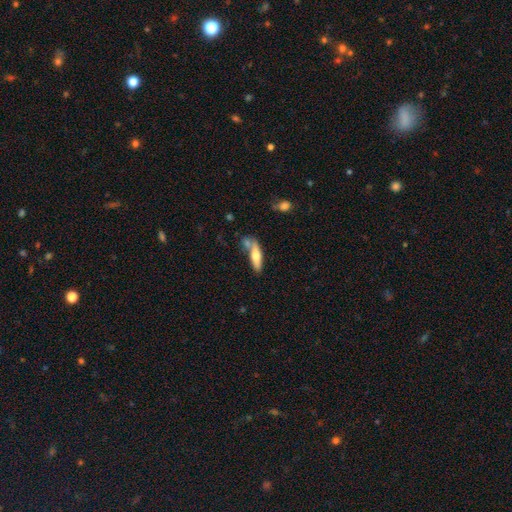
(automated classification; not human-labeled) A smooth galaxy with no disk features (61%) that is cigar-shaped (68%).

Vote fractions:
- Smooth or featured? smooth: 61% / featured or disk: 33% / star or artifact: 6%
- How rounded? cigar-shaped: 68% / in between: 30% / round: 2%
- Merging? none: 58% / merger: 19% / minor disturbance: 18% / major disturbance: 6%